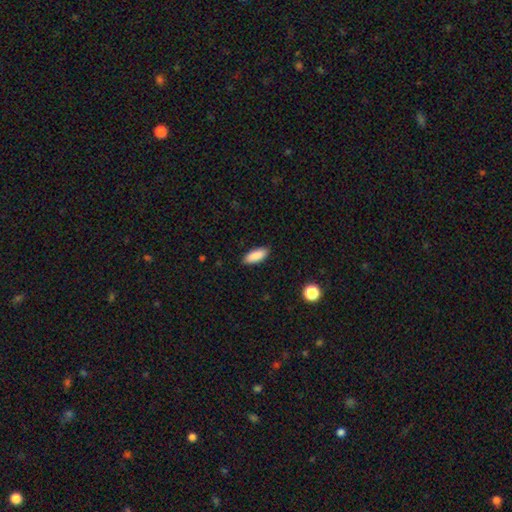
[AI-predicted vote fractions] The model was most divided on "how rounded": in between: 80%, cigar-shaped: 18%, round: 2%. More confident: smooth or featured — smooth (89%); merging — none (87%).